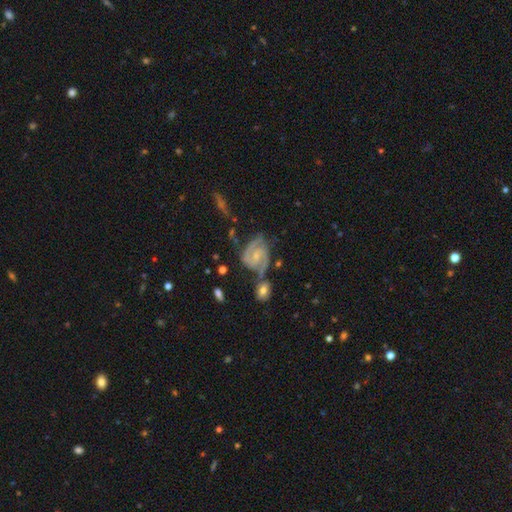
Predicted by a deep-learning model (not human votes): Q: Smooth or featured?
A: featured or disk (88%); runner-up: smooth (6%)
Q: Edge-on disk?
A: no (98%); runner-up: yes (2%)
Q: Bar?
A: no (53%); runner-up: weak (38%)
Q: Spiral arms?
A: yes (98%); runner-up: no (2%)
Q: Spiral winding?
A: tight (53%); runner-up: medium (40%)
Q: Spiral arm count?
A: 2 (73%); runner-up: 3 (15%)
Q: Bulge size?
A: small (65%); runner-up: moderate (27%)
Q: Merging?
A: none (54%); runner-up: minor disturbance (21%)